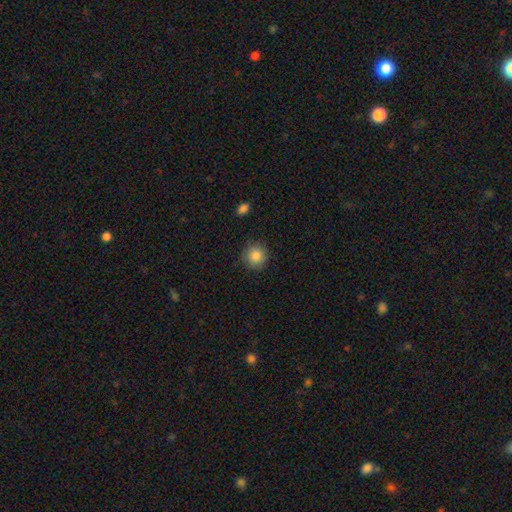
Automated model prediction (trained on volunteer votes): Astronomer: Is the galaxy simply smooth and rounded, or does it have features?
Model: smooth — 86%.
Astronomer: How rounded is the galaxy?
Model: round — 92%.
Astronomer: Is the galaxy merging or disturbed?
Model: none — 88%.